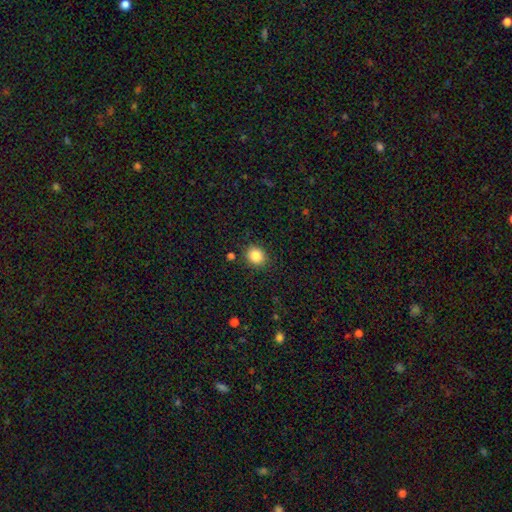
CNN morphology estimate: smooth 85%, star or artifact 10%, featured or disk 5%. Down the decision tree: how rounded — round (71%); merging — none (87%).